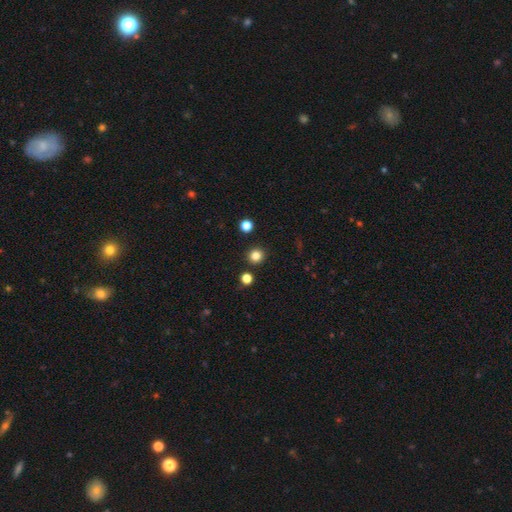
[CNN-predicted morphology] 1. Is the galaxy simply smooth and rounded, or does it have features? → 82% smooth, 13% star or artifact, 4% featured or disk.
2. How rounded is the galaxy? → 94% round, 5% in between, 1% cigar-shaped.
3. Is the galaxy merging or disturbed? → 91% none, 5% minor disturbance, 3% merger, 2% major disturbance.